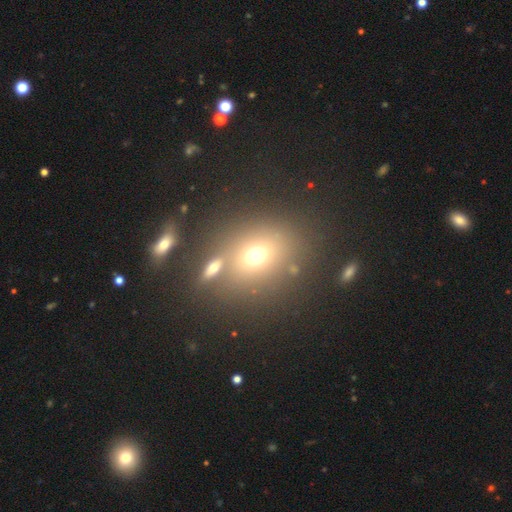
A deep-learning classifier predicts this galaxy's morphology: Smooth or featured: smooth — 67% (star or artifact — 18%)
How rounded: round — 59% (in between — 40%)
Merging: none — 67% (merger — 17%)